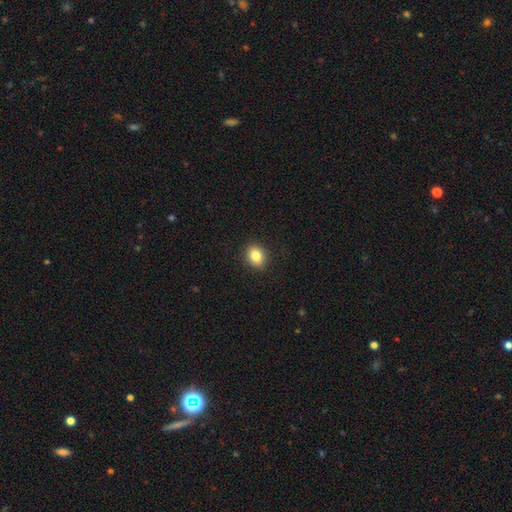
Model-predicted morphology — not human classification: Overall: smooth (84%). How rounded: round (55%; in between 44%). Merging: none (90%).